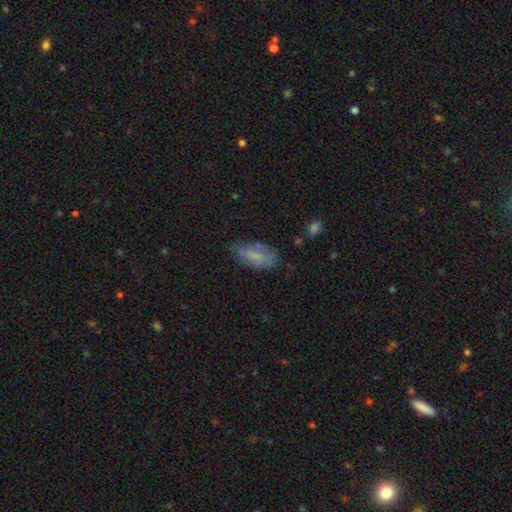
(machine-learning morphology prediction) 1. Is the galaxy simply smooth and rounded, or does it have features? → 64% smooth, 26% featured or disk, 10% star or artifact.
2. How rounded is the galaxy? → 79% in between, 18% cigar-shaped, 3% round.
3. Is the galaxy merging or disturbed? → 49% none, 34% minor disturbance, 14% major disturbance, 3% merger.